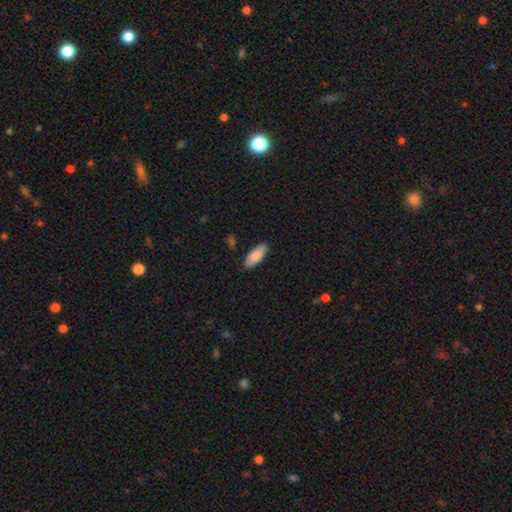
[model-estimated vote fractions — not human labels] Overall: smooth (85%). How rounded: in between (73%). Merging: none (85%).